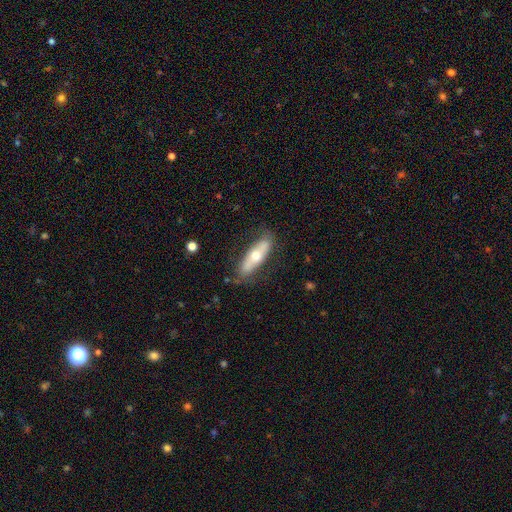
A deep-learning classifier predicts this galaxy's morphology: smooth 49%, featured or disk 45%, star or artifact 6%. Down the decision tree: merging — none (77%).